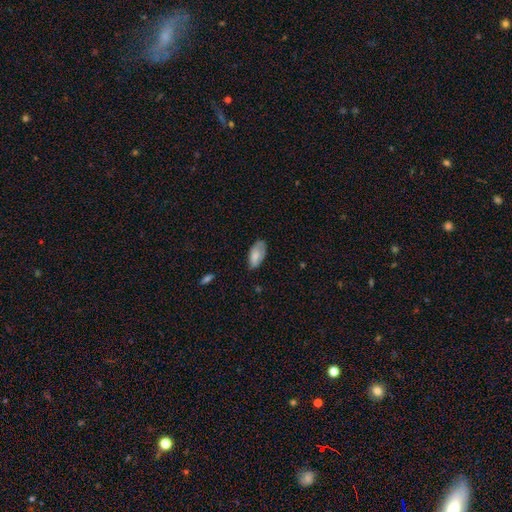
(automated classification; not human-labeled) smooth_or_featured: smooth (p=0.77) [alt: featured or disk p=0.16]
how_rounded: in between (p=0.93) [alt: cigar-shaped p=0.05]
merging: none (p=0.62) [alt: minor disturbance p=0.29]